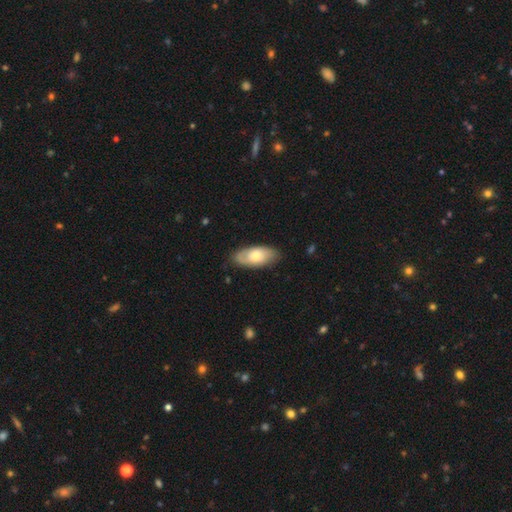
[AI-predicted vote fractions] Smooth or featured? Predicted: smooth (p=0.61). How rounded? Predicted: in between (p=0.90). Merging? Predicted: none (p=0.80).